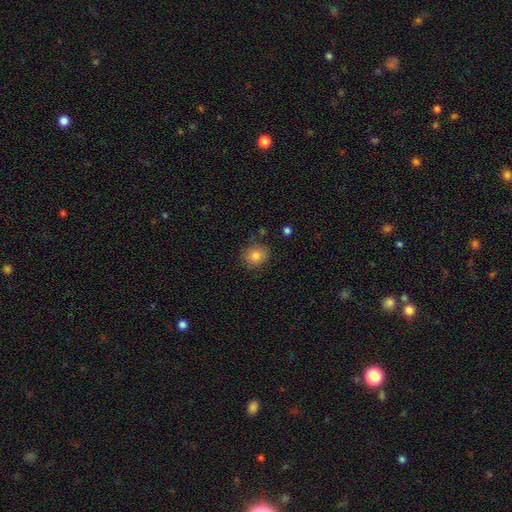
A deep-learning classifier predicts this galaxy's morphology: A smooth galaxy with no disk features (83%) that is round (69%). Merging: none (80%).